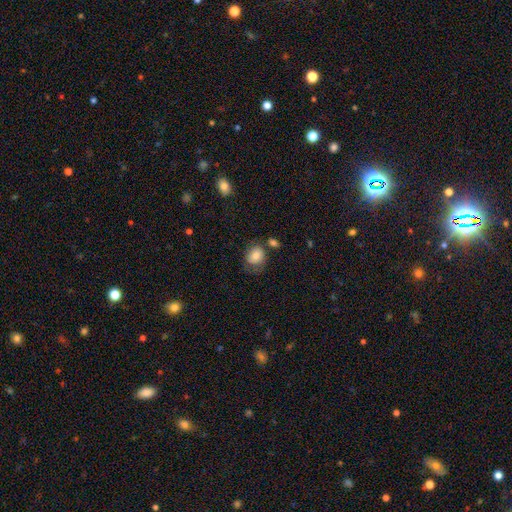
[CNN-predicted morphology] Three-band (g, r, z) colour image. It shows a smooth galaxy with no disk features (76%) that is round (52%). Merging: none (49%).